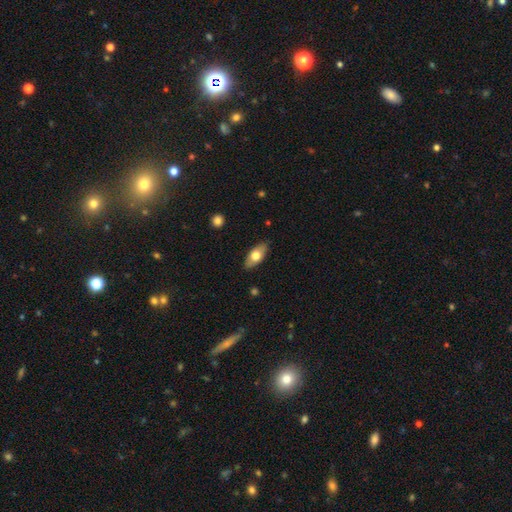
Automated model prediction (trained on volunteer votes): Smooth or featured?
  - smooth: 66% *
  - featured or disk: 28%
  - star or artifact: 6%
How rounded?
  - in between: 87% *
  - cigar-shaped: 10%
  - round: 3%
Merging?
  - none: 86% *
  - minor disturbance: 11%
  - major disturbance: 2%
  - merger: 1%